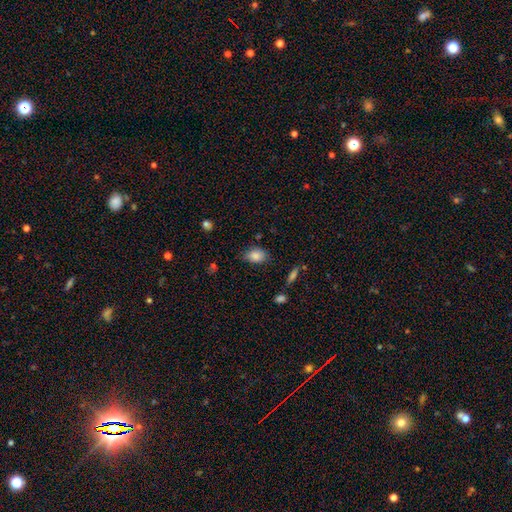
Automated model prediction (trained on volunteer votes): The model was most divided on "merging": none: 69%, minor disturbance: 24%, major disturbance: 5%, merger: 2%. More confident: smooth or featured — smooth (84%); how rounded — in between (80%).